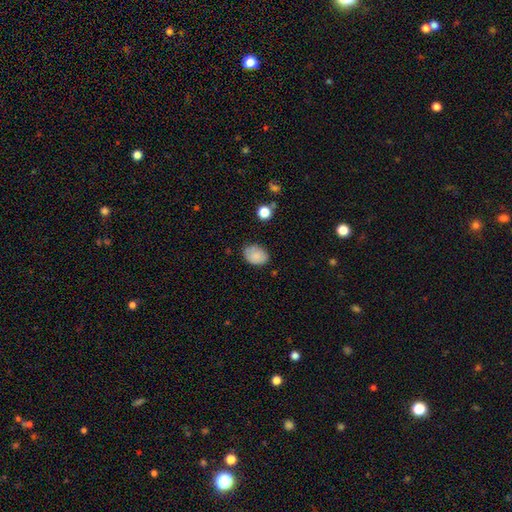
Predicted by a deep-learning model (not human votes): A smooth galaxy with no disk features (83%) that is in between round and cigar-shaped (76%).

Vote fractions:
- Smooth or featured? smooth: 83% / featured or disk: 8% / star or artifact: 8%
- How rounded? in between: 76% / round: 23% / cigar-shaped: 1%
- Merging? none: 74% / minor disturbance: 20% / major disturbance: 4% / merger: 2%